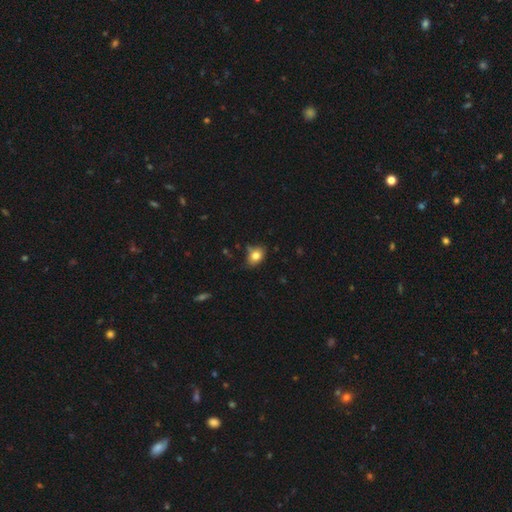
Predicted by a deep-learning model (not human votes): A smooth galaxy with no disk features (80%) that is in between round and cigar-shaped (68%).

Vote fractions:
- Smooth or featured? smooth: 80% / star or artifact: 10% / featured or disk: 10%
- How rounded? in between: 68% / round: 31% / cigar-shaped: 1%
- Merging? none: 68% / minor disturbance: 24% / major disturbance: 4% / merger: 4%